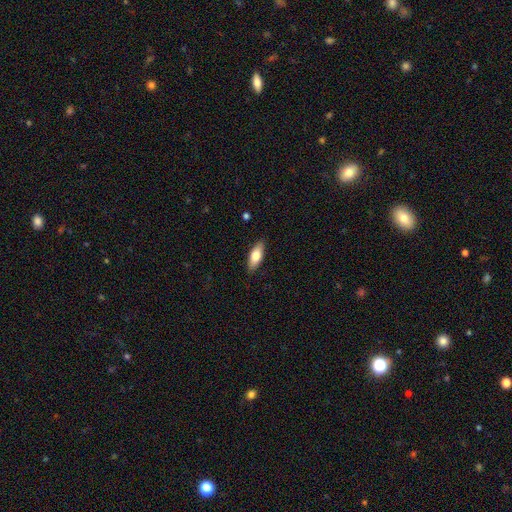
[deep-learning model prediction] Smooth or featured?
  - smooth: 72% *
  - featured or disk: 22%
  - star or artifact: 6%
How rounded?
  - in between: 73% *
  - cigar-shaped: 24%
  - round: 2%
Merging?
  - none: 88% *
  - minor disturbance: 9%
  - major disturbance: 2%
  - merger: 1%